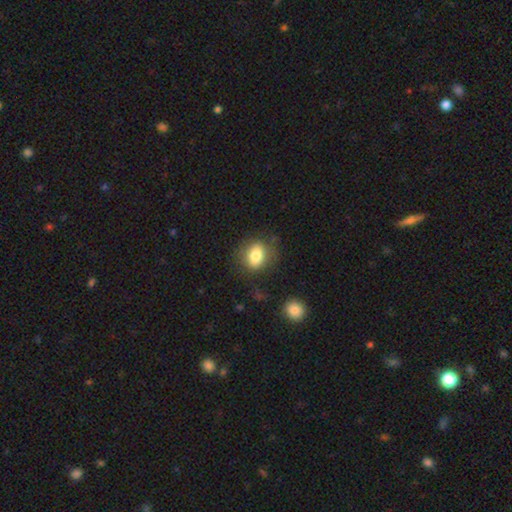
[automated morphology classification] smooth-or-featured: smooth: 79% | featured or disk: 12% | star or artifact: 8%
  how-rounded: in between: 60% | round: 39% | cigar-shaped: 1%
  merging: none: 76% | minor disturbance: 15% | major disturbance: 6% | merger: 3%